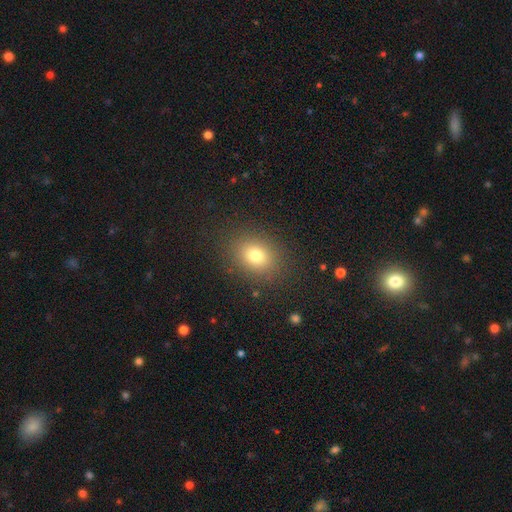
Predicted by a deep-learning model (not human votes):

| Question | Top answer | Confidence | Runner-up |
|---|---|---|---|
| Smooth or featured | smooth | 77% | star or artifact (13%) |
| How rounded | in between | 52% | round (47%) |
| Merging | none | 87% | minor disturbance (9%) |